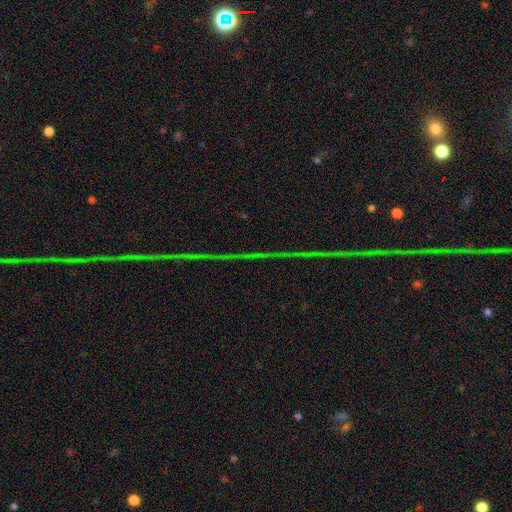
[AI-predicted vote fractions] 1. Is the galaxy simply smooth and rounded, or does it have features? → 82% star or artifact, 11% featured or disk, 7% smooth.